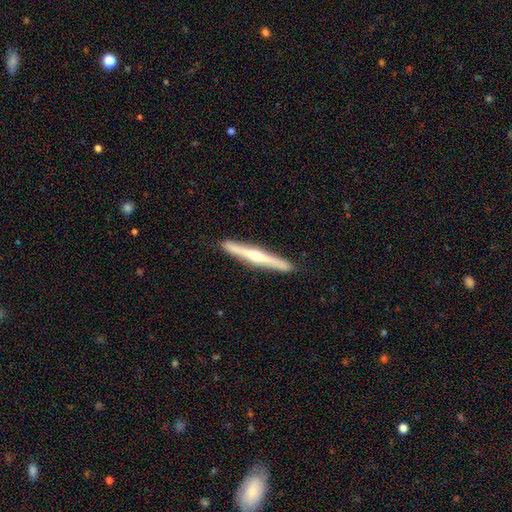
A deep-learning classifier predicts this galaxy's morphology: The model was most divided on "smooth or featured": featured or disk: 70%, smooth: 25%, star or artifact: 5%. More confident: edge-on disk — yes (97%); merging — none (91%); edge-on bulge — rounded (87%).